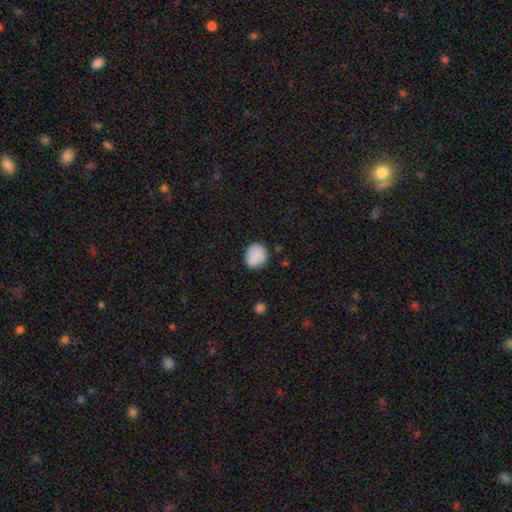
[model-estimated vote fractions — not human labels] smooth_or_featured: smooth (p=0.86) [alt: star or artifact p=0.08]
how_rounded: round (p=0.75) [alt: in between p=0.24]
merging: none (p=0.74) [alt: minor disturbance p=0.19]